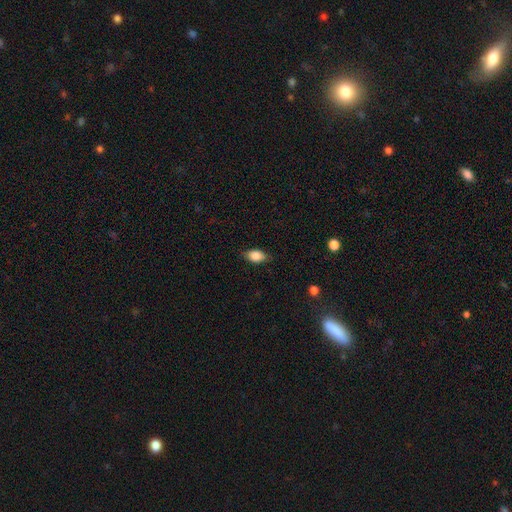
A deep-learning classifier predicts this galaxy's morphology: Smooth or featured? smooth (84%)
How rounded? in between (87%)
Merging? none (80%)